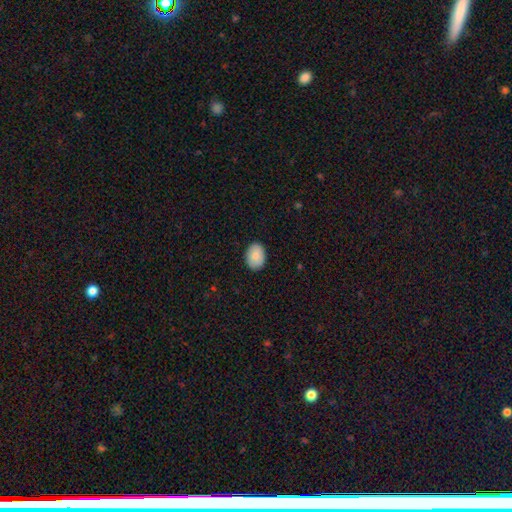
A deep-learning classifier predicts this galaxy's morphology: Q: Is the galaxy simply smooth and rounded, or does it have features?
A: smooth — 86%.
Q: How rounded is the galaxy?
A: in between — 77%.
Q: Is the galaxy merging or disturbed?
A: none — 88%.